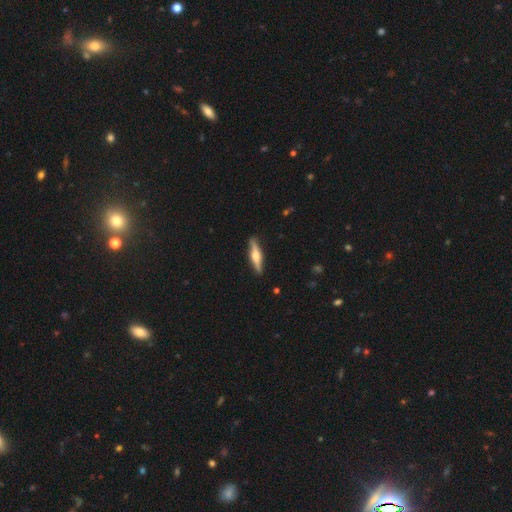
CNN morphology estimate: The model was most divided on "smooth or featured": featured or disk: 65%, smooth: 30%, star or artifact: 5%. More confident: edge-on disk — yes (96%); edge-on bulge — rounded (92%); merging — none (90%).